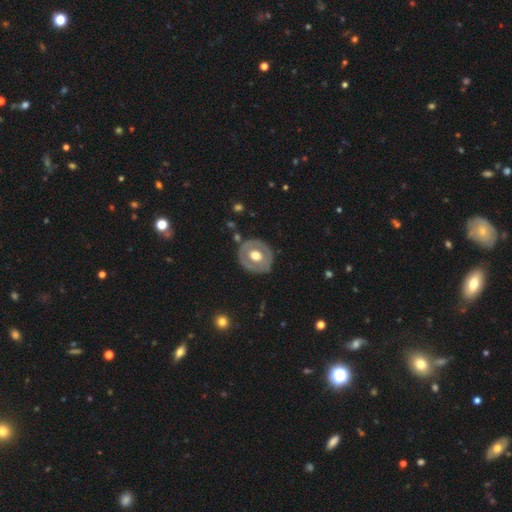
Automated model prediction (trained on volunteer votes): A featured or disk galaxy (54%) with no bar (83%), no spiral arms (88%) and a moderate central bulge (58%). Merging: none (82%).